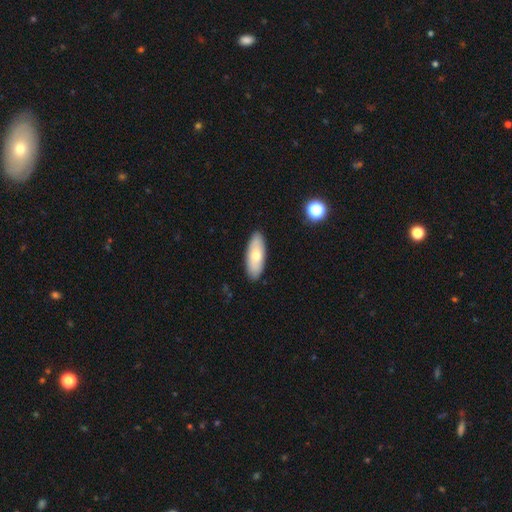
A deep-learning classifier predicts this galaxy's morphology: This is likely a smooth galaxy (70%). How rounded: likely in between (77%). Merging: clearly none (89%).